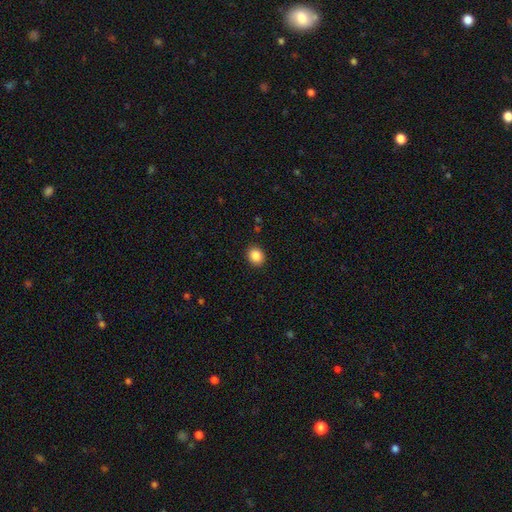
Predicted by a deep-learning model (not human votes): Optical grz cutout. It shows a smooth galaxy with no disk features (87%) that is round (71%). Merging: none (91%).